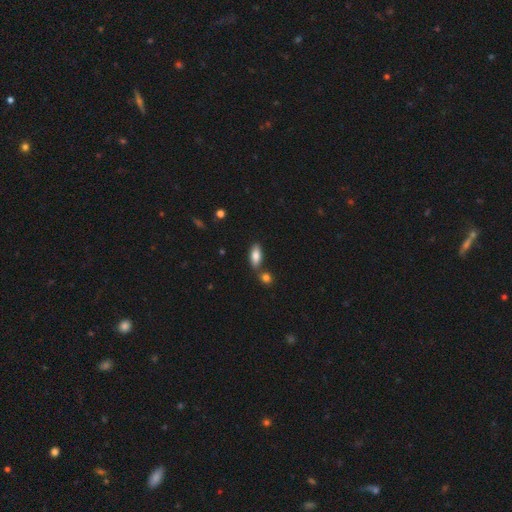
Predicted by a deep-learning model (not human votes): Morphology: type=smooth (80%); roundness=in between (82%); merging=none (70%).